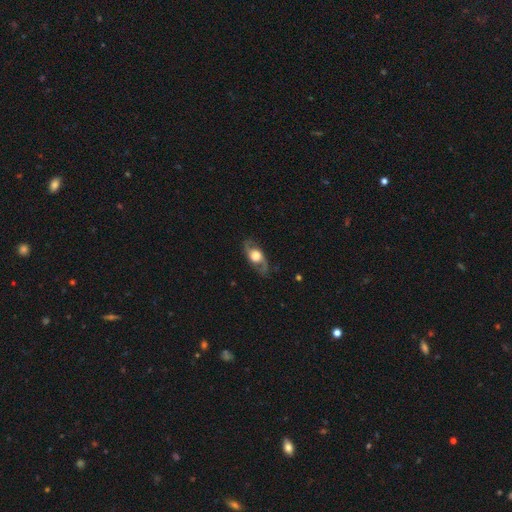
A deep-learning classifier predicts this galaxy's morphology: smooth_or_featured: featured or disk (p=0.74) [alt: smooth p=0.21]
disk_edge_on: no (p=0.85) [alt: yes p=0.15]
bar: no (p=0.72) [alt: weak p=0.22]
has_spiral_arms: yes (p=0.83) [alt: no p=0.17]
spiral_winding: loose (p=0.50) [alt: medium p=0.39]
spiral_arm_count: 2 (p=0.92) [alt: can't tell p=0.04]
bulge_size: large (p=0.53) [alt: moderate p=0.34]
merging: none (p=0.80) [alt: minor disturbance p=0.13]